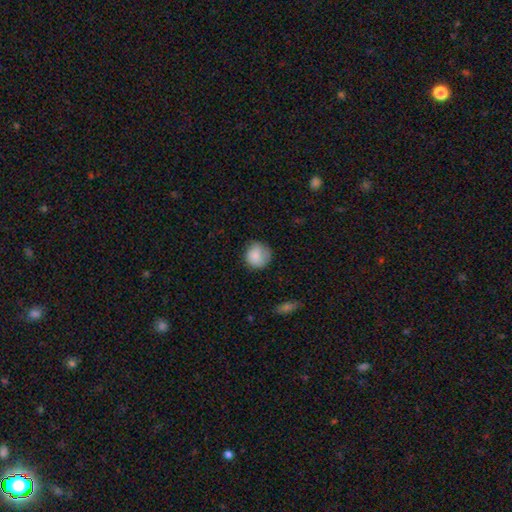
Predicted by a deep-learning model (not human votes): Smooth or featured?
  - smooth: 83% *
  - featured or disk: 10%
  - star or artifact: 7%
How rounded?
  - round: 88% *
  - in between: 11%
  - cigar-shaped: 1%
Merging?
  - none: 66% *
  - minor disturbance: 25%
  - major disturbance: 8%
  - merger: 1%